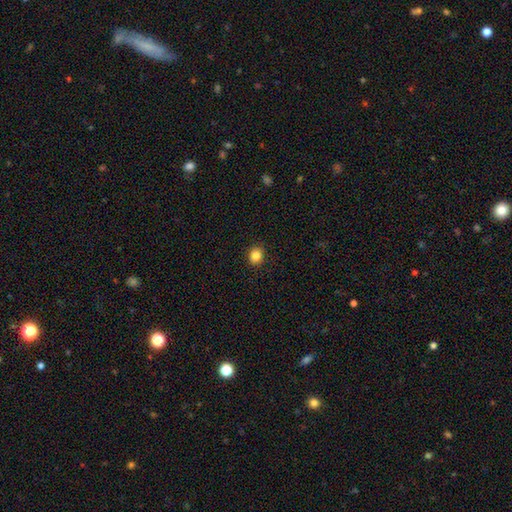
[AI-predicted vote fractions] A smooth galaxy with no disk features (85%) that is round (74%).

Vote fractions:
- Smooth or featured? smooth: 85% / star or artifact: 11% / featured or disk: 4%
- How rounded? round: 74% / in between: 25% / cigar-shaped: 1%
- Merging? none: 91% / minor disturbance: 6% / major disturbance: 2% / merger: 1%